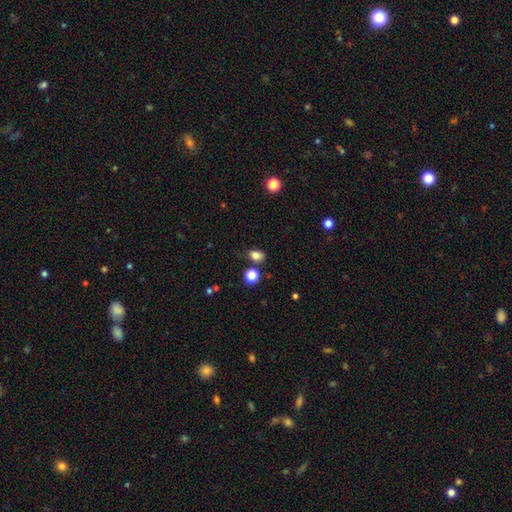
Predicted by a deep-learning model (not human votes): A smooth galaxy with no disk features (82%) that is in between round and cigar-shaped (72%). Merging: none (74%).